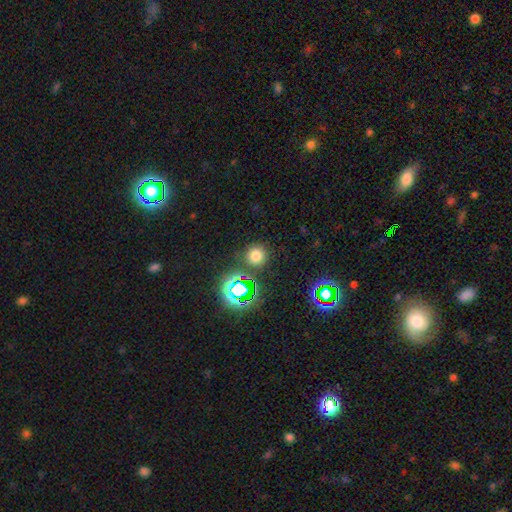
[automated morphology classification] The model was most divided on "smooth or featured": smooth: 69%, star or artifact: 25%, featured or disk: 6%. More confident: how rounded — round (92%); merging — none (85%).